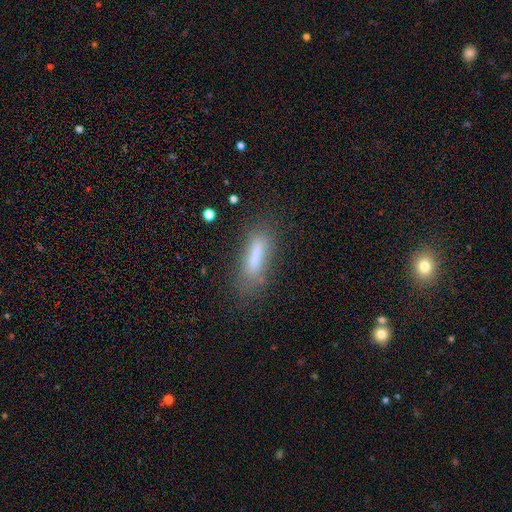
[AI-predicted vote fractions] Smooth or featured?
  - smooth: 71% *
  - featured or disk: 18%
  - star or artifact: 11%
How rounded?
  - cigar-shaped: 67% *
  - in between: 31%
  - round: 2%
Merging?
  - none: 68% *
  - minor disturbance: 19%
  - major disturbance: 10%
  - merger: 4%